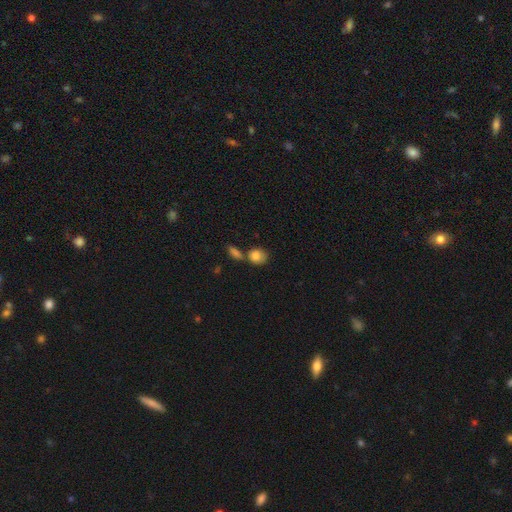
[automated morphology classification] Smooth or featured?
  - smooth: 82% *
  - featured or disk: 9%
  - star or artifact: 9%
How rounded?
  - round: 70% *
  - in between: 28%
  - cigar-shaped: 2%
Merging?
  - none: 57% *
  - merger: 25%
  - minor disturbance: 14%
  - major disturbance: 4%